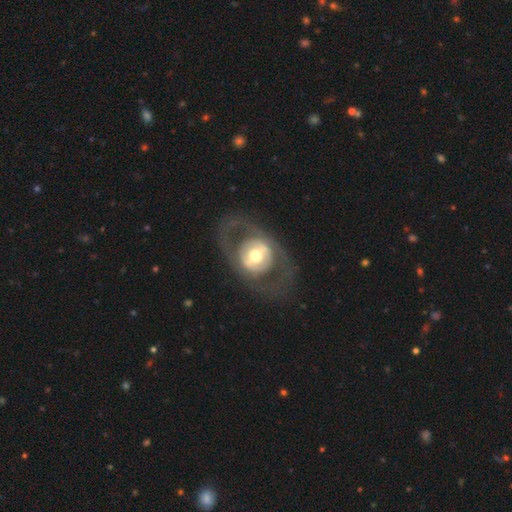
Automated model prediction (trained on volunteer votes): Smooth or featured?
  - featured or disk: 66% *
  - smooth: 29%
  - star or artifact: 5%
Edge-on disk?
  - no: 93% *
  - yes: 7%
Bar?
  - no: 58% *
  - weak: 24%
  - strong: 18%
Spiral arms?
  - no: 75% *
  - yes: 25%
Bulge size?
  - moderate: 62% *
  - large: 25%
  - small: 9%
  - dominant: 2%
  - none: 1%
Merging?
  - none: 72% *
  - major disturbance: 15%
  - minor disturbance: 12%
  - merger: 1%